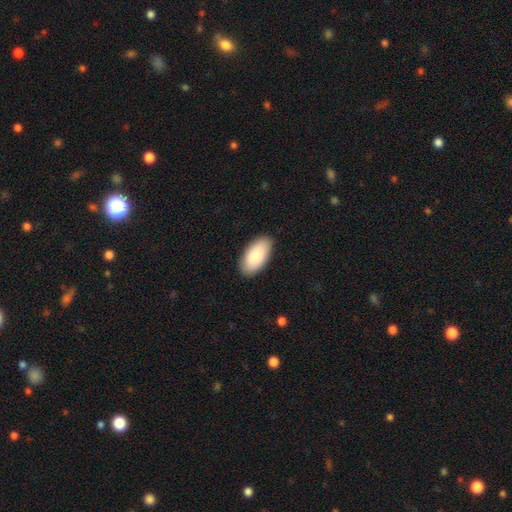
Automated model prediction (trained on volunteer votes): Smooth or featured? smooth (87%)
How rounded? in between (96%)
Merging? none (88%)